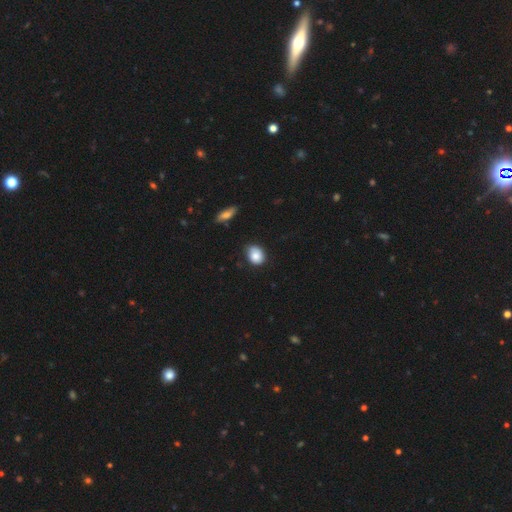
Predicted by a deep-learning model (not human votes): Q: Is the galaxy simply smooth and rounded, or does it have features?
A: smooth — 83%.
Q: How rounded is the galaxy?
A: in between — 58%.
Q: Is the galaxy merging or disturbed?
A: none — 68%.